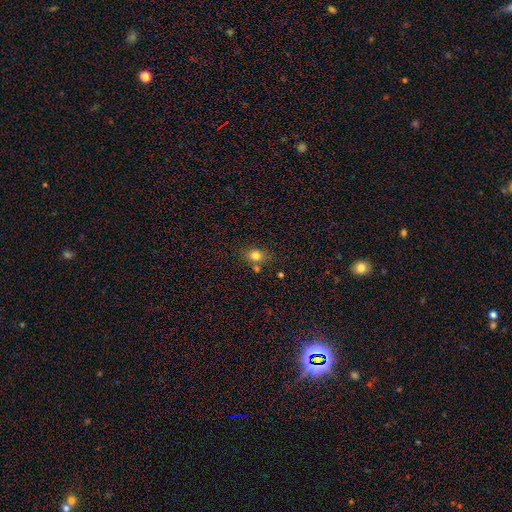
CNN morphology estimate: smooth-or-featured: smooth: 79% | star or artifact: 12% | featured or disk: 9%
  how-rounded: in between: 56% | round: 42% | cigar-shaped: 2%
  merging: none: 64% | minor disturbance: 16% | merger: 16% | major disturbance: 4%